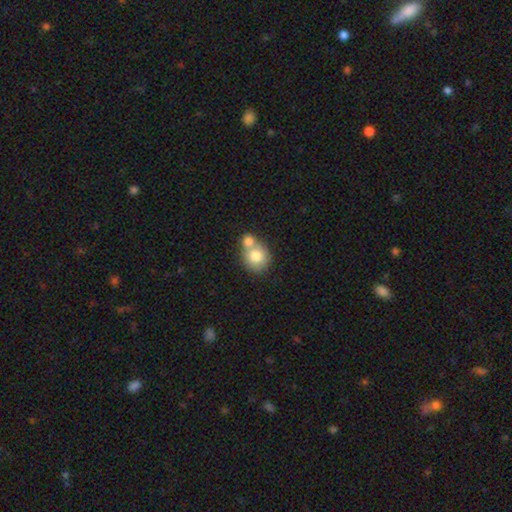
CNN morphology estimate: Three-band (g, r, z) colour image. It shows a smooth galaxy with no disk features (76%) that is round (78%). Merging: merger (55%).